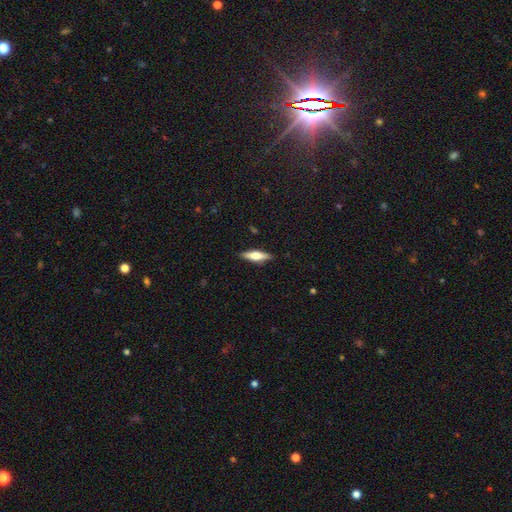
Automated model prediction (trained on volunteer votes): A featured or disk galaxy (53%) viewed edge-on (95%) with a rounded central bulge (90%).

Vote fractions:
- Smooth or featured? featured or disk: 53% / smooth: 41% / star or artifact: 6%
- Edge-on disk? yes: 95% / no: 5%
- Edge-on bulge? rounded: 90% / boxy: 7% / none: 3%
- Merging? none: 88% / minor disturbance: 9% / major disturbance: 2% / merger: 1%